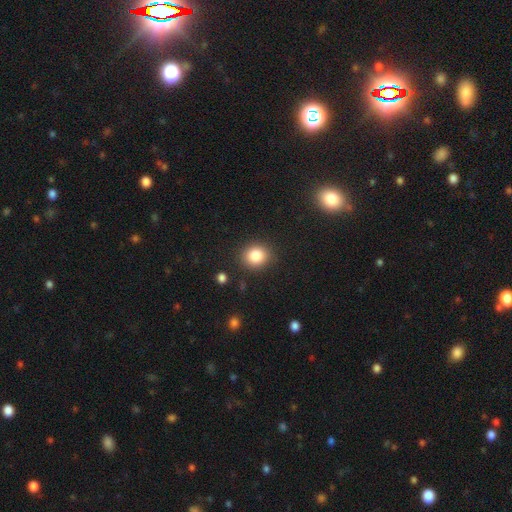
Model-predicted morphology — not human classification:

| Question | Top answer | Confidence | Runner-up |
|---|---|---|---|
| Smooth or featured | smooth | 84% | star or artifact (10%) |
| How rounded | round | 79% | in between (20%) |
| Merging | none | 88% | minor disturbance (8%) |